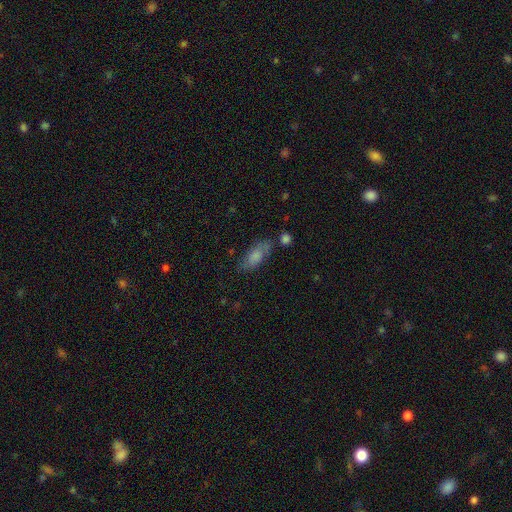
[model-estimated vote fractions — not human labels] The model was most divided on "merging": none: 66%, minor disturbance: 20%, merger: 7%, major disturbance: 7%. More confident: how rounded — in between (76%); smooth or featured — smooth (72%).